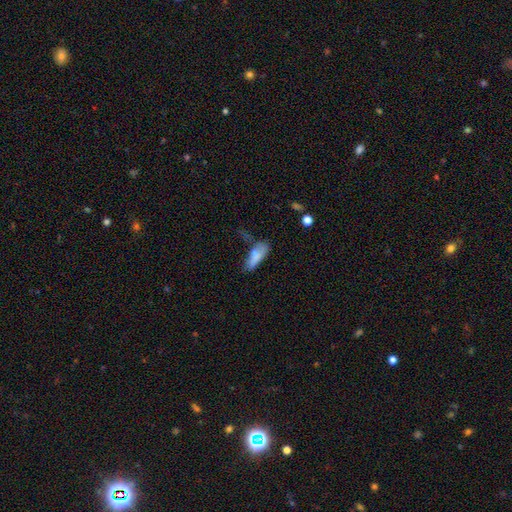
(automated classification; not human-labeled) Smooth or featured?
  - smooth: 73% *
  - featured or disk: 17%
  - star or artifact: 9%
How rounded?
  - in between: 69% *
  - cigar-shaped: 28%
  - round: 3%
Merging?
  - none: 34% *
  - minor disturbance: 27%
  - major disturbance: 23%
  - merger: 16%